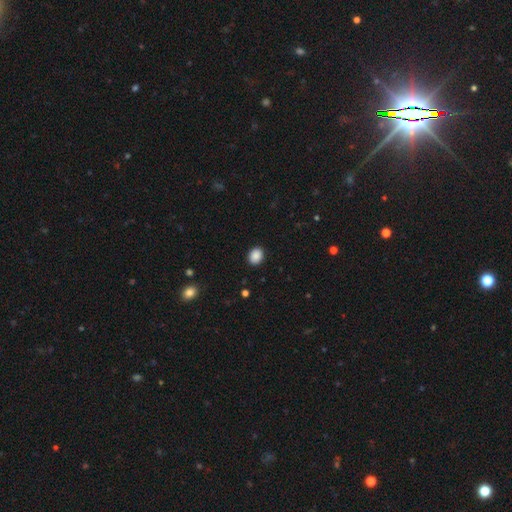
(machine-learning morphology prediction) smooth-or-featured: smooth: 89% | star or artifact: 9% | featured or disk: 3%
  how-rounded: round: 51% | in between: 49% | cigar-shaped: 1%
  merging: none: 91% | minor disturbance: 6% | major disturbance: 2% | merger: 1%